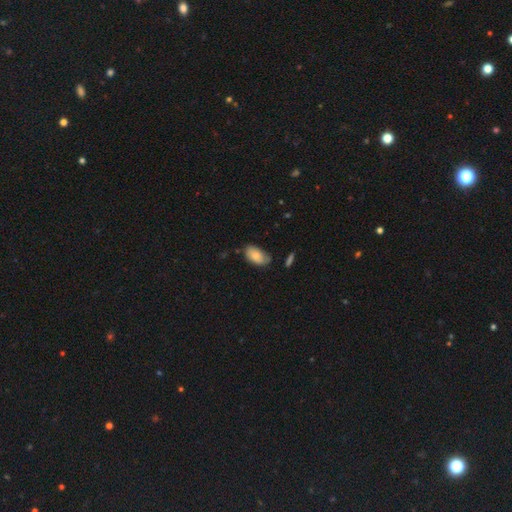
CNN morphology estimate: Overall: smooth (79%). How rounded: in between (94%). Merging: none (61%; minor disturbance 29%).